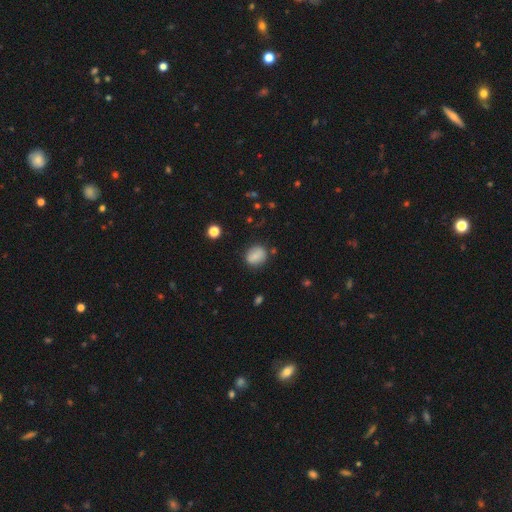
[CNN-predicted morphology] The model was most divided on "how rounded": round: 53%, in between: 46%, cigar-shaped: 1%. More confident: smooth or featured — smooth (81%); merging — none (77%).